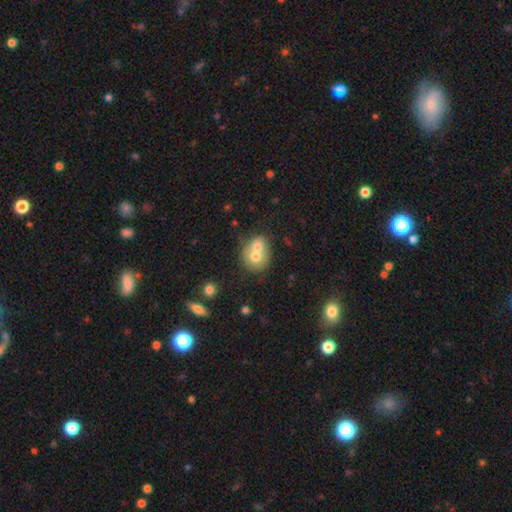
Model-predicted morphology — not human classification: Smooth or featured? Predicted: smooth (p=0.67). How rounded? Predicted: round (p=0.67). Merging? Predicted: merger (p=0.69).